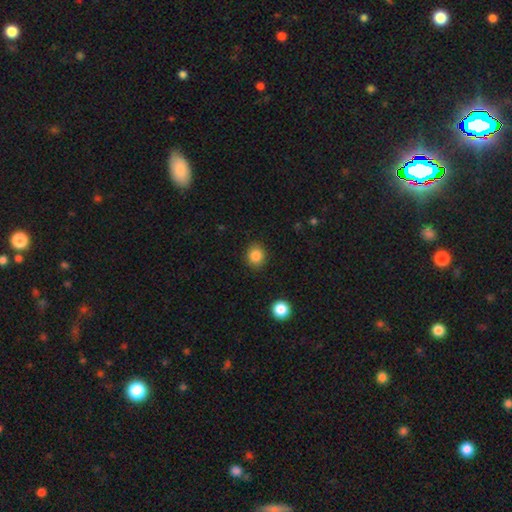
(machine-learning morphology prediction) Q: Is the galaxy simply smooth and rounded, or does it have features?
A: smooth — 86%.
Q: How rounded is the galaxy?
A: round — 79%.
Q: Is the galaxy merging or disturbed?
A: none — 89%.